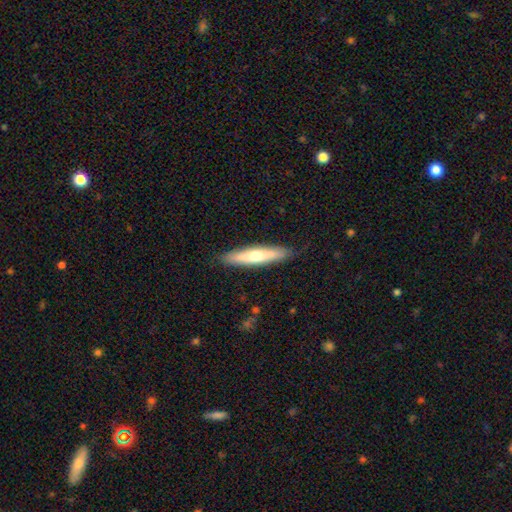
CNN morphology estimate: Smooth or featured: smooth — 55% (featured or disk — 39%)
How rounded: cigar-shaped — 82% (in between — 16%)
Merging: none — 87% (minor disturbance — 10%)